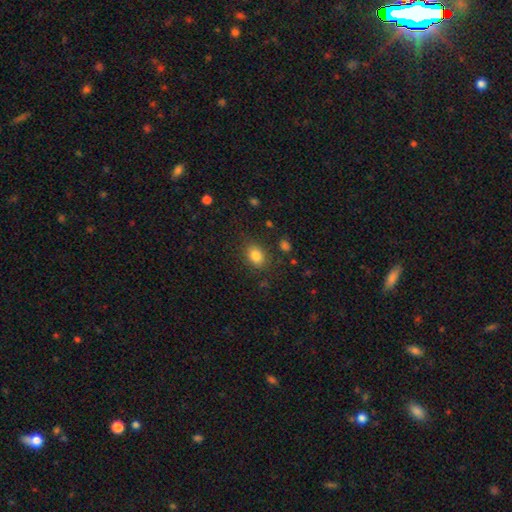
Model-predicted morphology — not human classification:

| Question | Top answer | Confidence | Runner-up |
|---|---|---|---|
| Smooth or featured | smooth | 83% | star or artifact (10%) |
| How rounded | in between | 68% | round (31%) |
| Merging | none | 83% | minor disturbance (11%) |